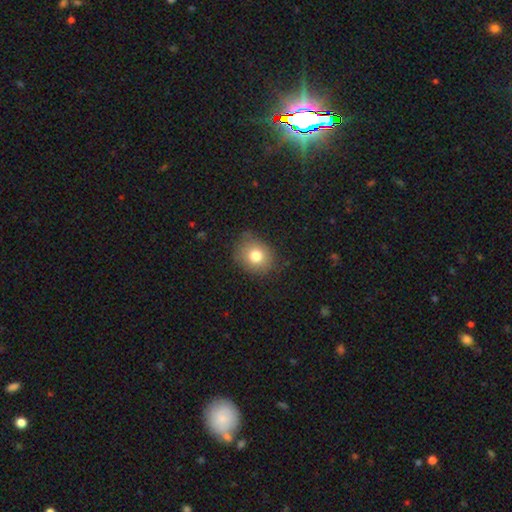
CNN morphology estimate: smooth-or-featured: smooth: 79% | featured or disk: 11% | star or artifact: 10%
  how-rounded: round: 68% | in between: 31% | cigar-shaped: 1%
  merging: none: 79% | minor disturbance: 16% | major disturbance: 4% | merger: 1%